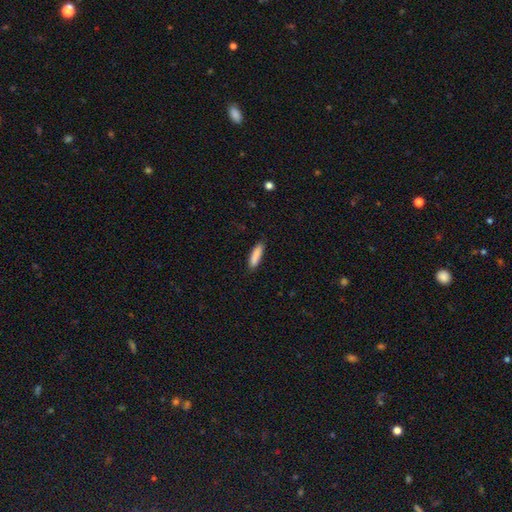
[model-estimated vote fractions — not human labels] This appears to be a smooth galaxy with no disk features (88%) that is cigar-shaped (67%). Merging: none (87%).